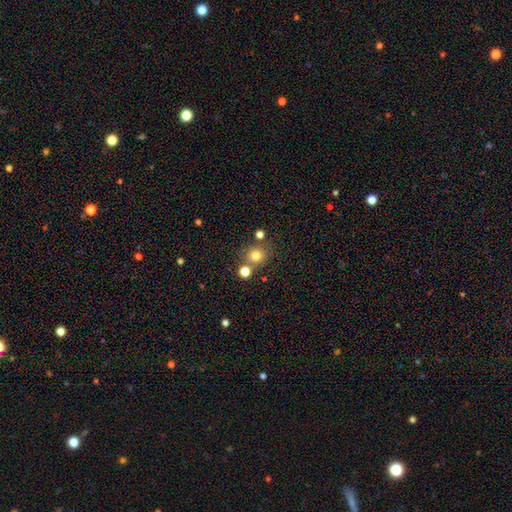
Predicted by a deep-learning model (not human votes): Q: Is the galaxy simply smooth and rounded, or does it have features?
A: smooth — 77%.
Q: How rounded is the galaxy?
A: round — 86%.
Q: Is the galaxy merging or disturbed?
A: none — 73%.